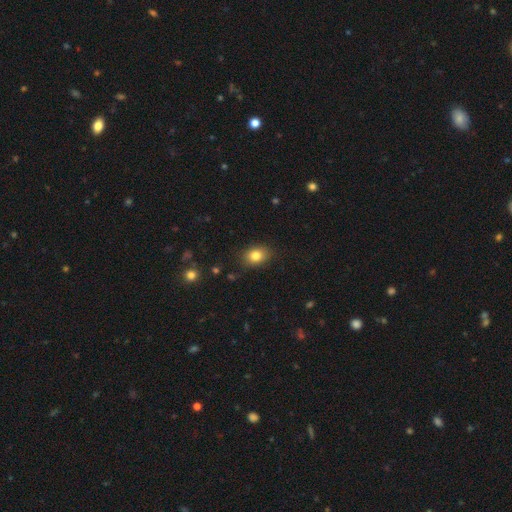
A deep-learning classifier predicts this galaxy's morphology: This appears to be a smooth galaxy with no disk features (82%) that is in between round and cigar-shaped (62%). Merging: none (85%).